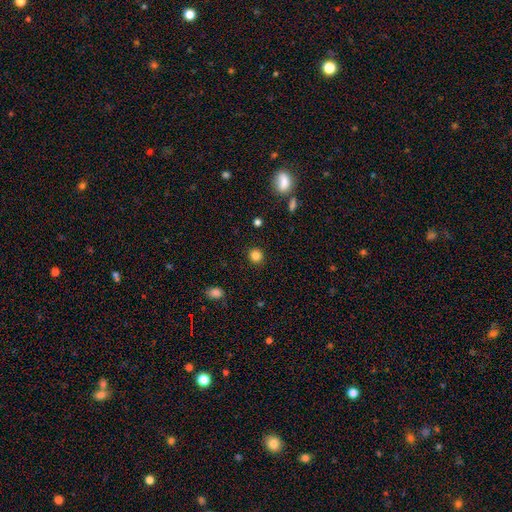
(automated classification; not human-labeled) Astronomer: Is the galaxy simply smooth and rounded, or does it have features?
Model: smooth — 84%.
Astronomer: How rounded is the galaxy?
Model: round — 91%.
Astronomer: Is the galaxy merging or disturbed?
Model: none — 91%.